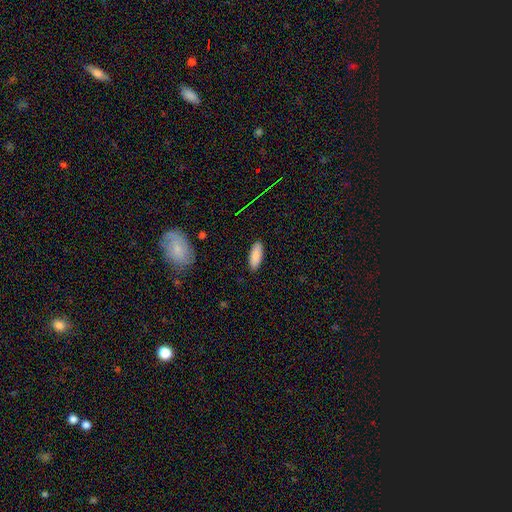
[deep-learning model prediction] A smooth galaxy with no disk features (88%) that is in between round and cigar-shaped (74%). Merging: none (88%).